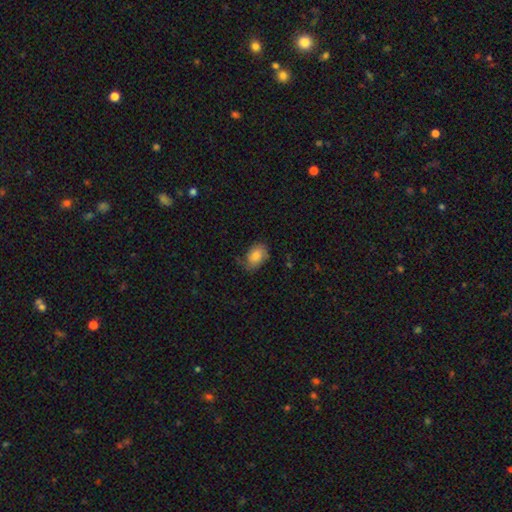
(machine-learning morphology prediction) smooth-or-featured: smooth: 76% | featured or disk: 17% | star or artifact: 8%
  how-rounded: in between: 82% | round: 17% | cigar-shaped: 1%
  merging: none: 61% | minor disturbance: 29% | major disturbance: 9% | merger: 2%